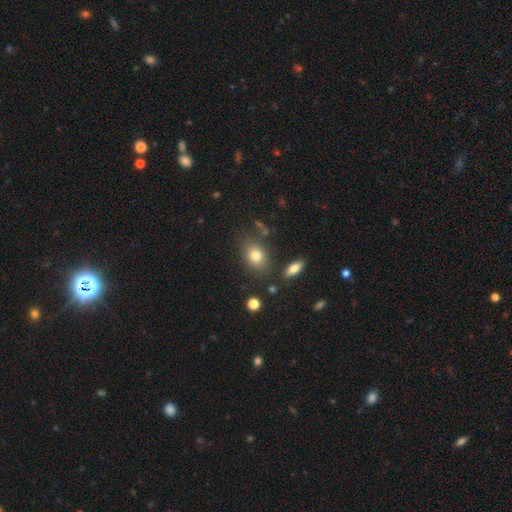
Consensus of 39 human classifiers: Smooth or featured? smooth (85%)
How rounded? in between (70%)
Merging? none (78%)